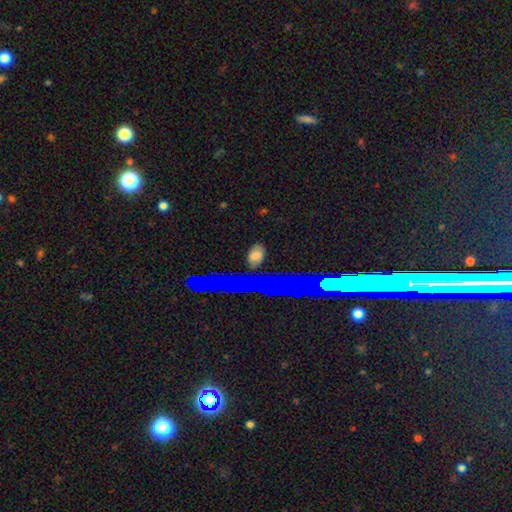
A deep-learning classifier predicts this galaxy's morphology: Smooth or featured? smooth (64%)
How rounded? in between (59%)
Merging? none (84%)